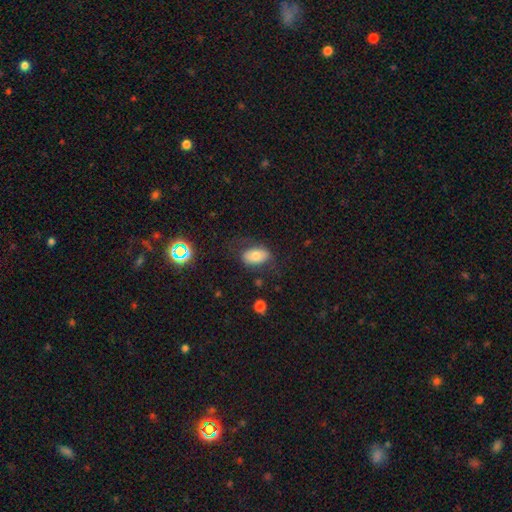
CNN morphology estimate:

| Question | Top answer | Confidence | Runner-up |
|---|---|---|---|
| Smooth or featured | smooth | 70% | featured or disk (20%) |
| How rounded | in between | 89% | round (9%) |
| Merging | none | 66% | minor disturbance (20%) |